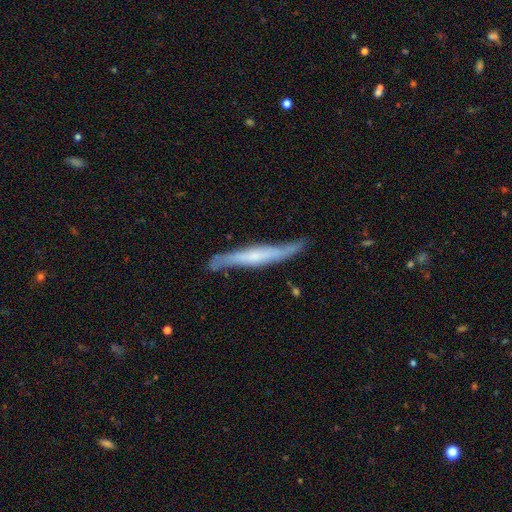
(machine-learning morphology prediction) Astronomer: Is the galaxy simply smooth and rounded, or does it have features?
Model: featured or disk — 64%.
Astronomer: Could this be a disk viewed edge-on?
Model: yes — 78%.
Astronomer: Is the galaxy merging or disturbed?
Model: none — 72%.